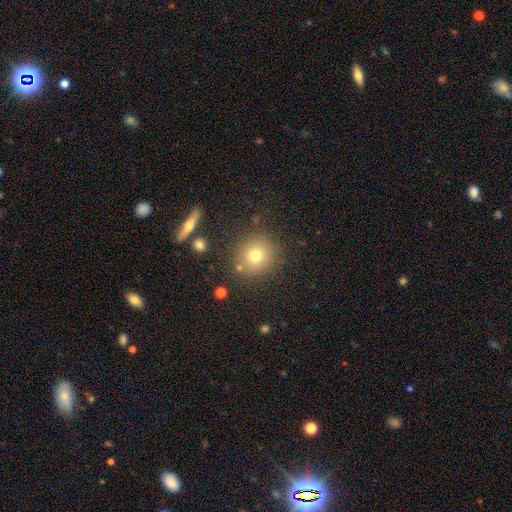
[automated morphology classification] A smooth galaxy with no disk features (73%) that is round (89%).

Vote fractions:
- Smooth or featured? smooth: 73% / star or artifact: 14% / featured or disk: 12%
- How rounded? round: 89% / in between: 10% / cigar-shaped: 1%
- Merging? none: 83% / minor disturbance: 9% / merger: 5% / major disturbance: 3%